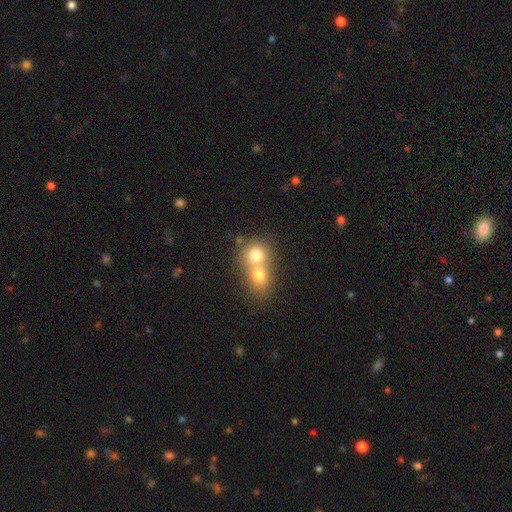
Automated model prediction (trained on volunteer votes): This appears to be a smooth galaxy with no disk features (71%) that is round (73%). Merging: merger (70%).